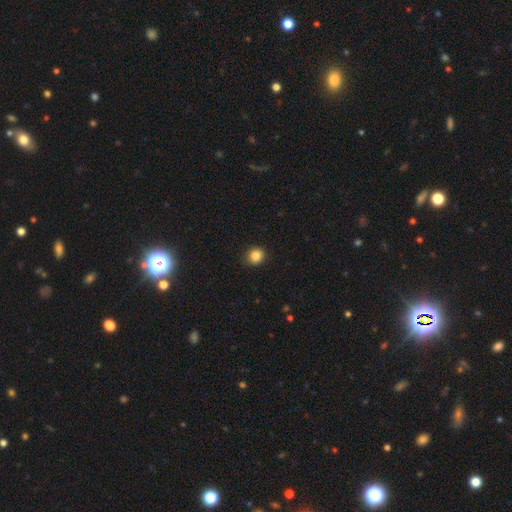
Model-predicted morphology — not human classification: Smooth or featured? Predicted: smooth (p=0.85). How rounded? Predicted: round (p=0.88). Merging? Predicted: none (p=0.86).